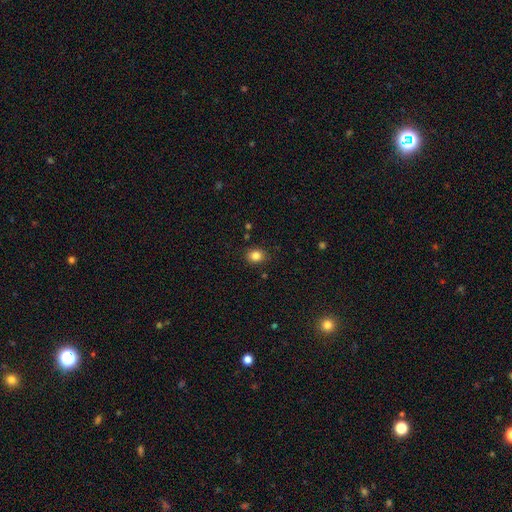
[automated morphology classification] Smooth or featured?
  - smooth: 83% *
  - star or artifact: 11%
  - featured or disk: 5%
How rounded?
  - round: 64% *
  - in between: 35%
  - cigar-shaped: 1%
Merging?
  - none: 86% *
  - minor disturbance: 10%
  - major disturbance: 2%
  - merger: 2%